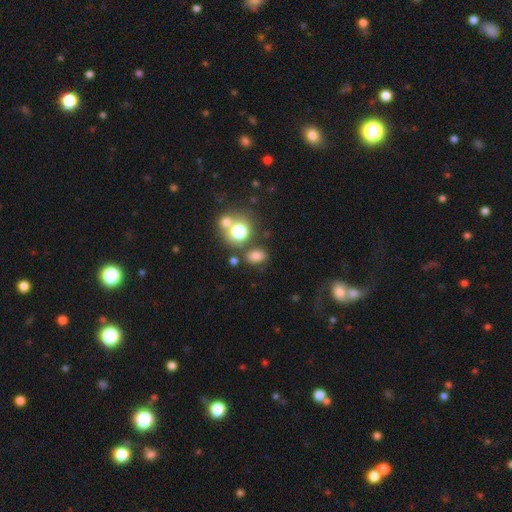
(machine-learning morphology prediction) smooth 74%, star or artifact 17%, featured or disk 9%. Down the decision tree: how rounded — in between (59%); merging — none (68%).